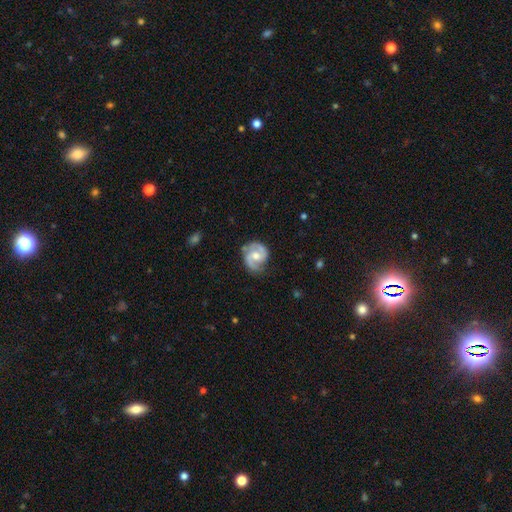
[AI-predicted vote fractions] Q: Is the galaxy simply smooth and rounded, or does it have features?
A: featured or disk — 81%.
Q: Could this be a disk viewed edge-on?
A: no — 98%.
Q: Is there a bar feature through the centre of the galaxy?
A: no — 51%.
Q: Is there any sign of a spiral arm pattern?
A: yes — 94%.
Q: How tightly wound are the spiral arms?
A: medium — 50%.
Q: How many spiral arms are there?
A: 2 — 87%.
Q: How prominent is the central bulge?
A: moderate — 69%.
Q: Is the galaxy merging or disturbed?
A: none — 71%.